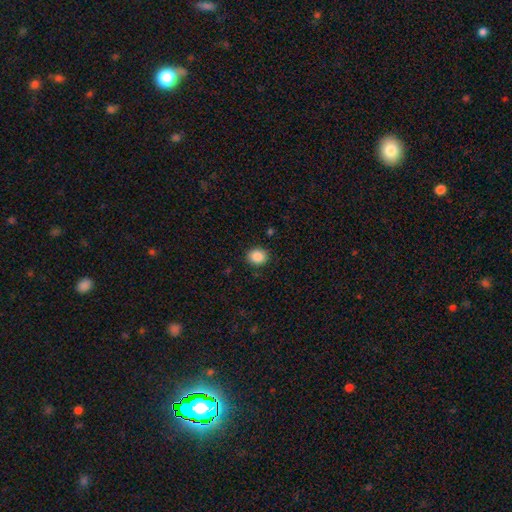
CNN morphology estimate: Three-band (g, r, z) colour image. It shows a smooth galaxy with no disk features (88%) that is round (71%). Merging: none (89%).